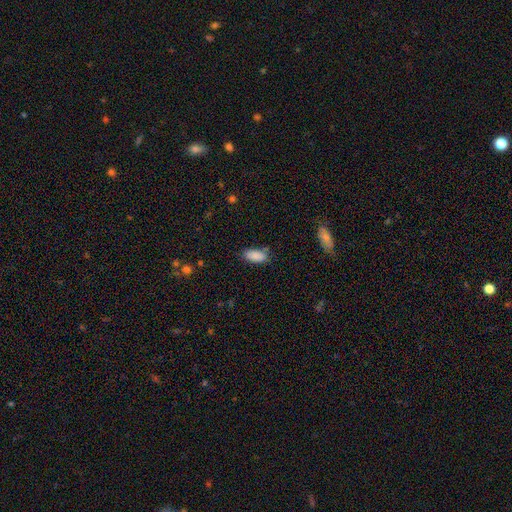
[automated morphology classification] A smooth galaxy with no disk features (88%) that is in between round and cigar-shaped (89%).

Vote fractions:
- Smooth or featured? smooth: 88% / star or artifact: 7% / featured or disk: 5%
- How rounded? in between: 89% / cigar-shaped: 9% / round: 2%
- Merging? none: 74% / minor disturbance: 18% / merger: 4% / major disturbance: 4%